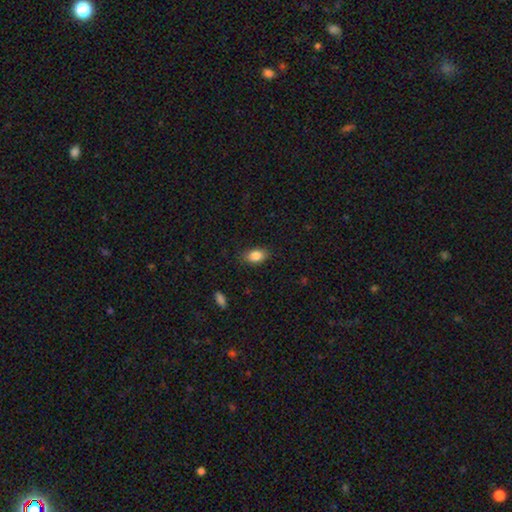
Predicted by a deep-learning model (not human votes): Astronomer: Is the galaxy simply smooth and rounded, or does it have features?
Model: smooth — 86%.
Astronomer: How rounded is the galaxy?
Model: in between — 87%.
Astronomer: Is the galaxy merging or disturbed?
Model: none — 84%.